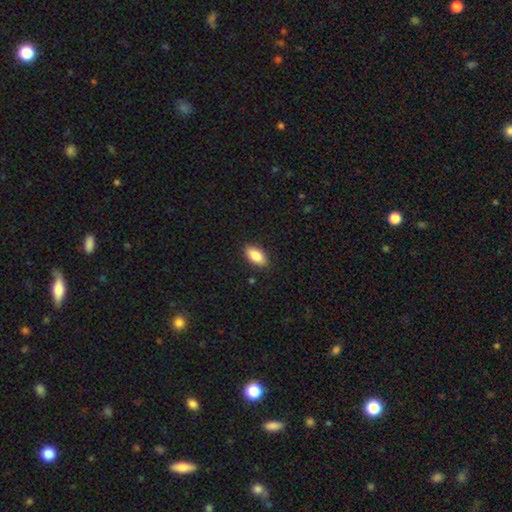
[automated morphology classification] type=smooth (86%); roundness=in between (91%); merging=none (88%).